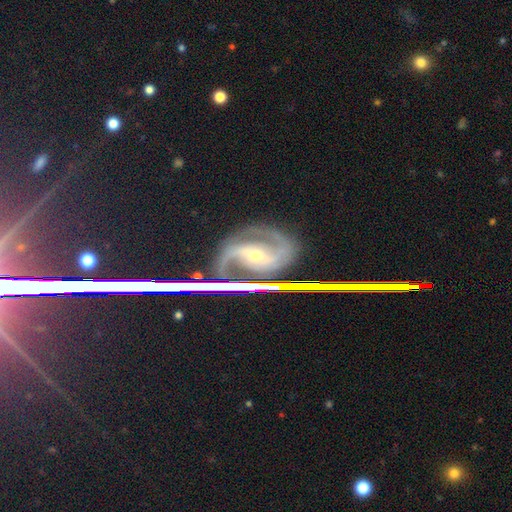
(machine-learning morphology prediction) A featured or disk galaxy (85%) with no bar (37%), 2 (87%) medium (53%) spiral arms (97%) and a small central bulge (63%). Merging: none (72%).